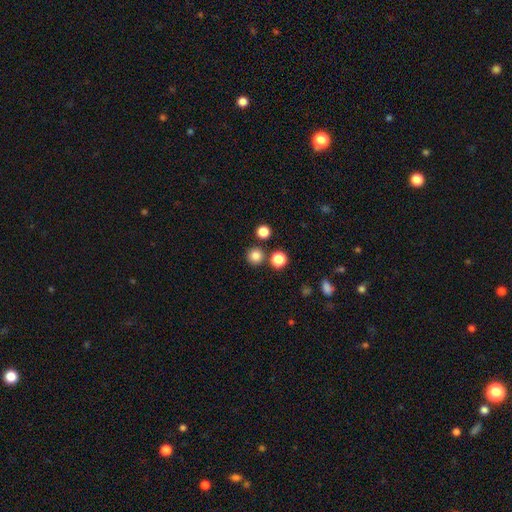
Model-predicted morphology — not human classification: smooth 83%, star or artifact 13%, featured or disk 4%. Down the decision tree: how rounded — round (94%); merging — none (84%).